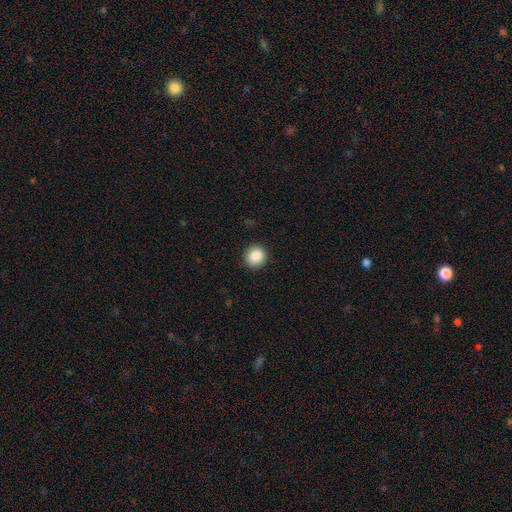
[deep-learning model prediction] smooth 88%, star or artifact 9%, featured or disk 4%. Down the decision tree: how rounded — round (87%); merging — none (91%).